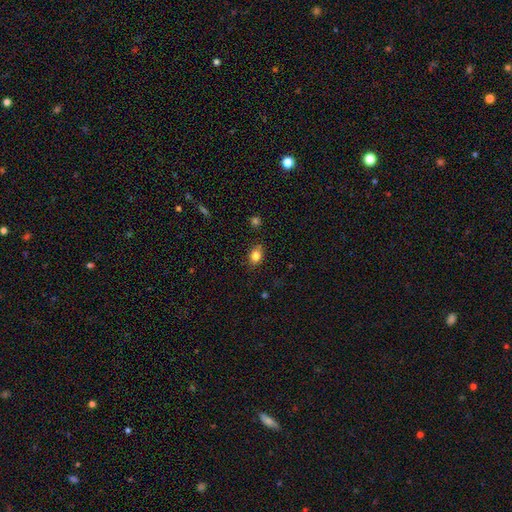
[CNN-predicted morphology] Overall: smooth (82%). How rounded: in between (61%; round 38%). Merging: none (81%).